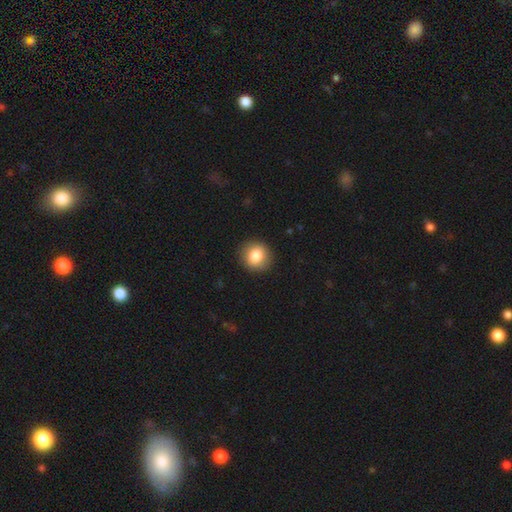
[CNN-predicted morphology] smooth_or_featured: smooth (p=0.83) [alt: star or artifact p=0.09]
how_rounded: round (p=0.87) [alt: in between p=0.12]
merging: none (p=0.90) [alt: minor disturbance p=0.07]